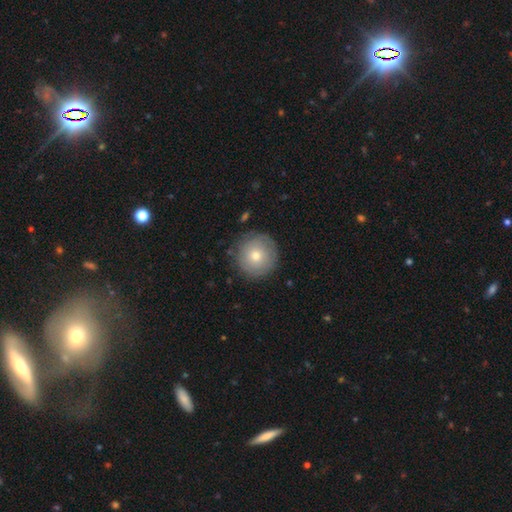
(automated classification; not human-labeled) This appears to be a smooth galaxy with no disk features (68%) that is round (96%). Merging: none (86%).